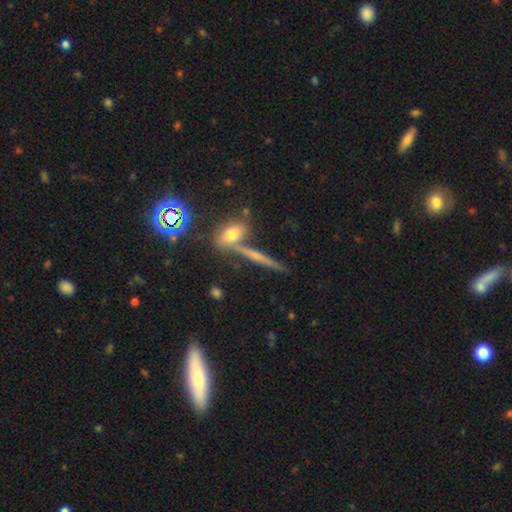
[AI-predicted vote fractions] smooth-or-featured: featured or disk: 44% | smooth: 39% | star or artifact: 17%
  merging: none: 72% | merger: 15% | minor disturbance: 10% | major disturbance: 3%